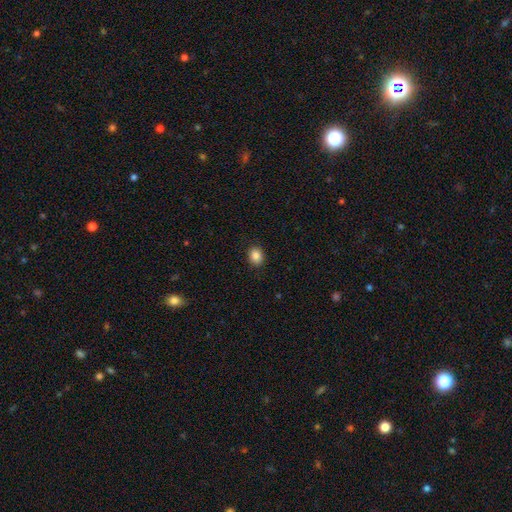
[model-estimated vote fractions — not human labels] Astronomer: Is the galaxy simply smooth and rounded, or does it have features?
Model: smooth — 87%.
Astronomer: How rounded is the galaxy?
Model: round — 56% (runner-up: in between, 43%).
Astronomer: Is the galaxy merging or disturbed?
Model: none — 90%.